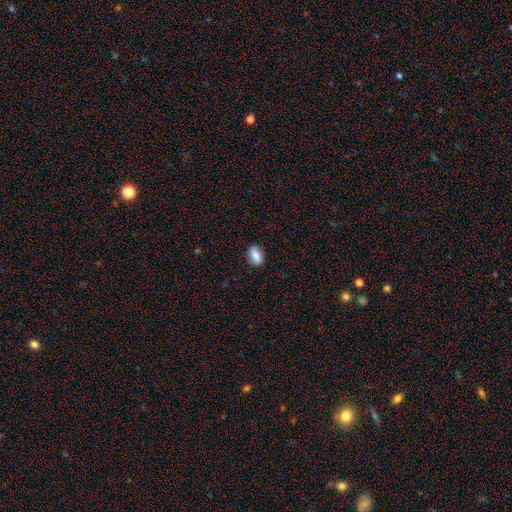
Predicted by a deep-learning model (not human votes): A smooth galaxy with no disk features (79%) that is in between round and cigar-shaped (81%).

Vote fractions:
- Smooth or featured? smooth: 79% / featured or disk: 13% / star or artifact: 8%
- How rounded? in between: 81% / round: 16% / cigar-shaped: 3%
- Merging? none: 85% / minor disturbance: 11% / major disturbance: 3% / merger: 1%